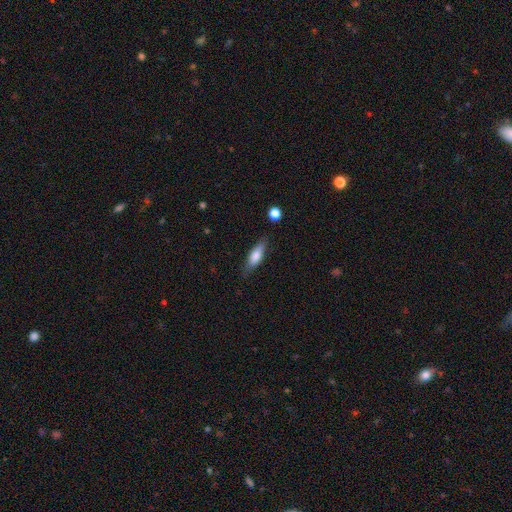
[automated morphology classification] smooth_or_featured: smooth (p=0.73) [alt: featured or disk p=0.20]
how_rounded: in between (p=0.52) [alt: cigar-shaped p=0.46]
merging: none (p=0.78) [alt: minor disturbance p=0.16]